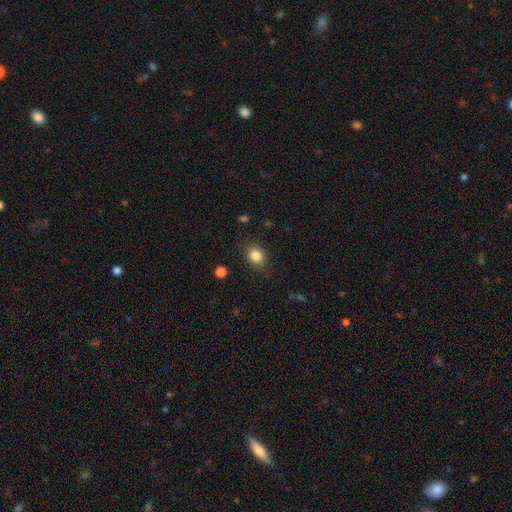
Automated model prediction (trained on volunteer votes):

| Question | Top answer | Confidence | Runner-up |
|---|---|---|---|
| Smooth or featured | smooth | 85% | star or artifact (10%) |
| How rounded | in between | 50% | round (49%) |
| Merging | none | 82% | minor disturbance (12%) |